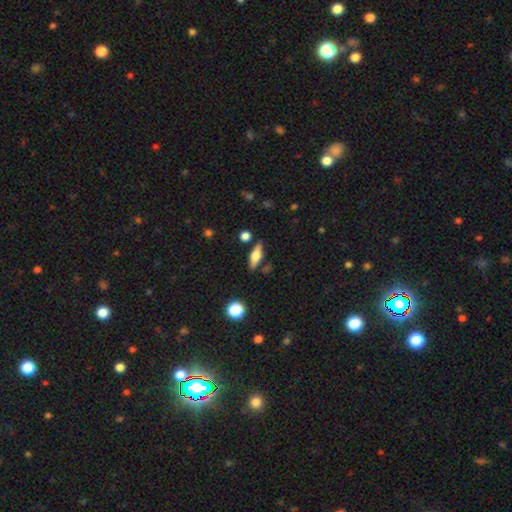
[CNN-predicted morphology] This appears to be a smooth galaxy with no disk features (48%). Merging: none (82%).